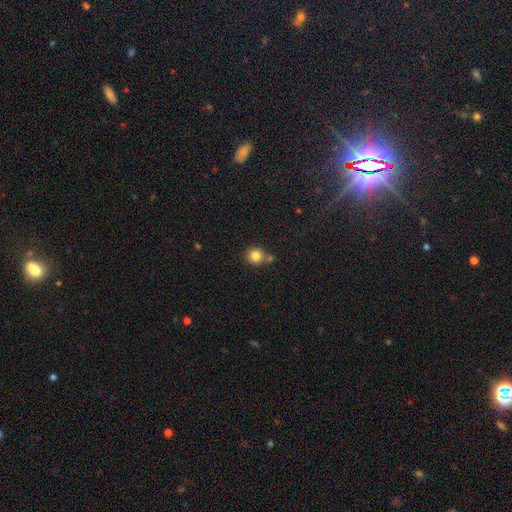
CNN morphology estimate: Smooth or featured? smooth (83%)
How rounded? round (90%)
Merging? none (69%)